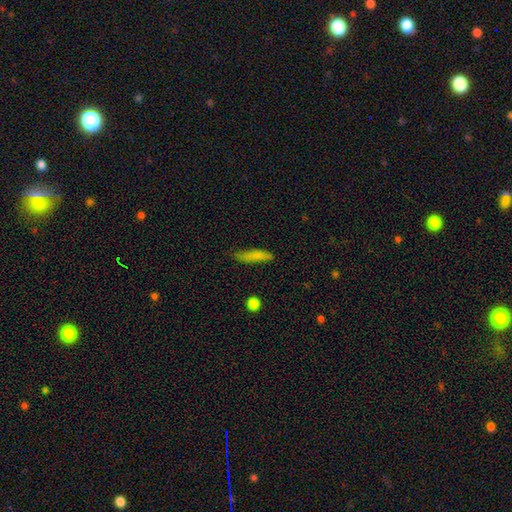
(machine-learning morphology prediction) Smooth or featured?
  - smooth: 78% *
  - featured or disk: 15%
  - star or artifact: 8%
How rounded?
  - cigar-shaped: 80% *
  - in between: 18%
  - round: 2%
Merging?
  - none: 73% *
  - minor disturbance: 20%
  - major disturbance: 5%
  - merger: 2%